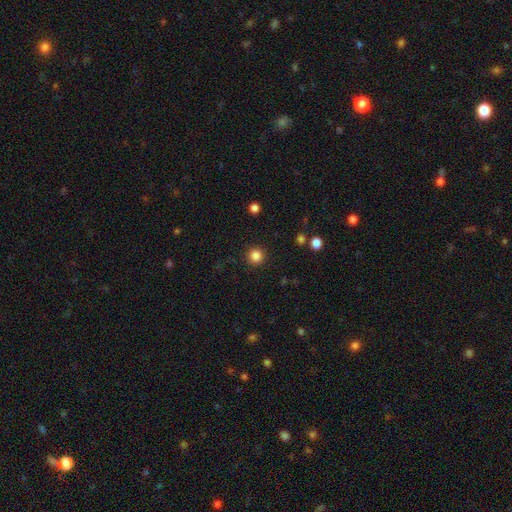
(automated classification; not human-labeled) This is clearly a smooth galaxy (85%). How rounded: clearly round (95%). Merging: clearly none (92%).